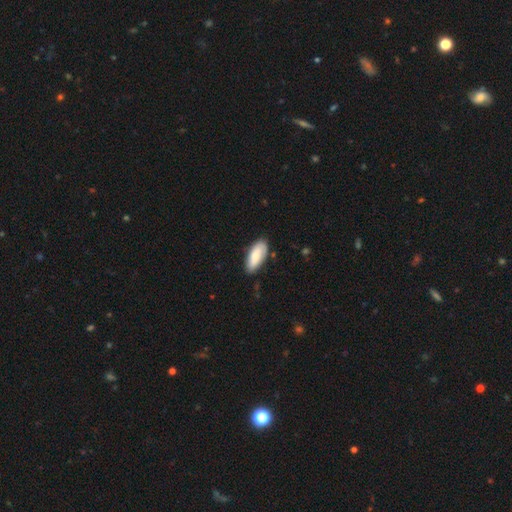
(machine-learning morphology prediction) smooth_or_featured: smooth (p=0.78) [alt: featured or disk p=0.16]
how_rounded: in between (p=0.85) [alt: cigar-shaped p=0.13]
merging: none (p=0.80) [alt: minor disturbance p=0.16]